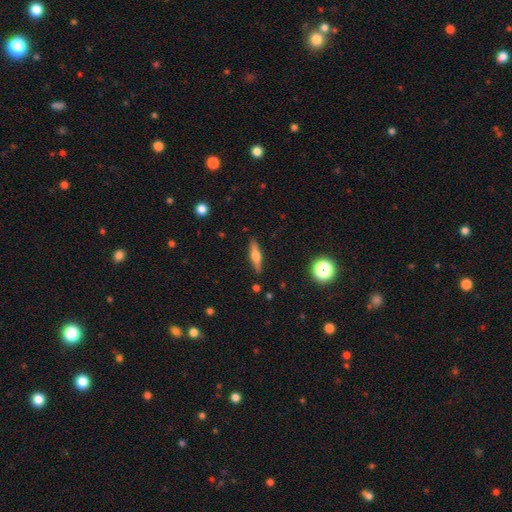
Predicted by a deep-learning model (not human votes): smooth_or_featured: featured or disk (p=0.53) [alt: smooth p=0.40]
disk_edge_on: yes (p=0.94) [alt: no p=0.06]
merging: none (p=0.89) [alt: minor disturbance p=0.08]